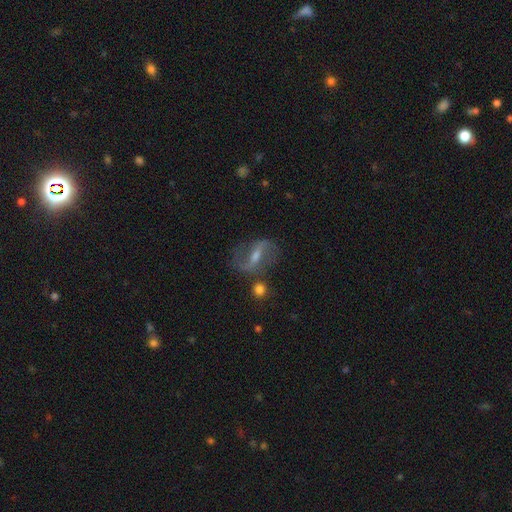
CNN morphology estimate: featured or disk 76%, smooth 15%, star or artifact 9%. Down the decision tree: edge-on disk — no (91%); bar — strong (49%); spiral arms — yes (85%); spiral arm count — 2 (88%); spiral winding — loose (59%); bulge size — small (44%, tied with moderate); merging — none (69%).